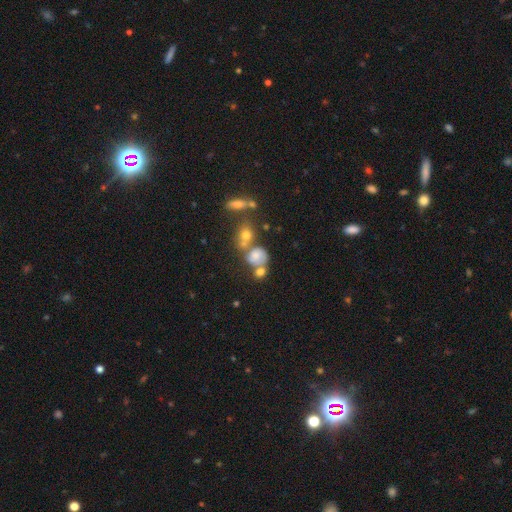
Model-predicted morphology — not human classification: Smooth or featured: smooth — 49% (featured or disk — 31%)
Merging: merger — 38% (tied with none — 38%)